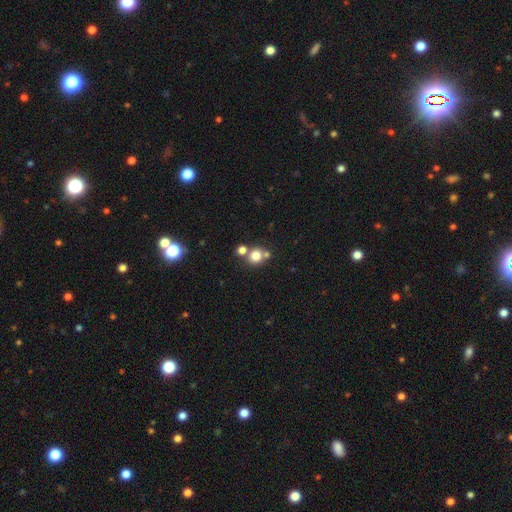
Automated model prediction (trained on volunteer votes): Morphology: type=smooth (76%); roundness=round (86%); merging=none (58%).